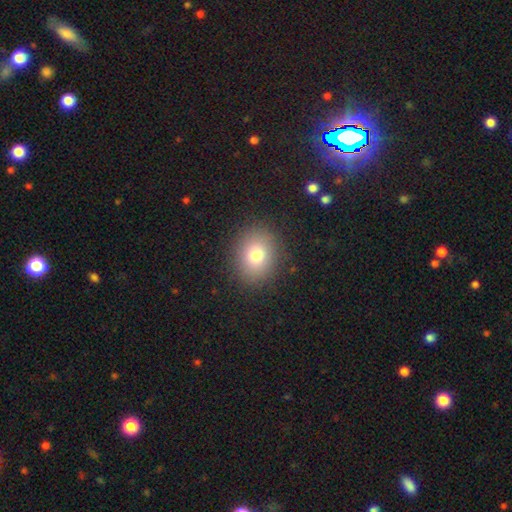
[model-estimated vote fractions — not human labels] Smooth or featured? Predicted: smooth (p=0.77). How rounded? Predicted: round (p=0.56). Merging? Predicted: none (p=0.88).